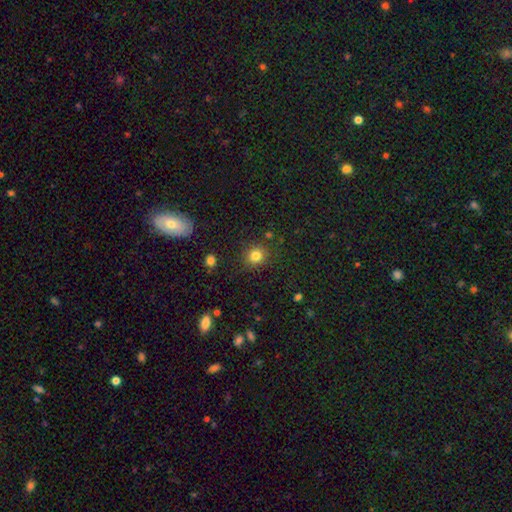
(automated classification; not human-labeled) smooth 81%, star or artifact 13%, featured or disk 6%. Down the decision tree: how rounded — round (87%); merging — none (87%).